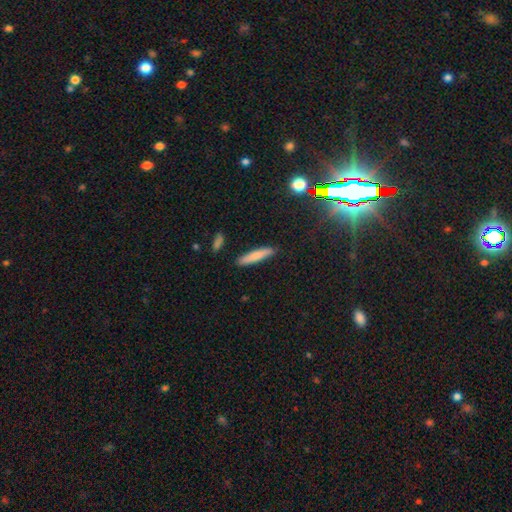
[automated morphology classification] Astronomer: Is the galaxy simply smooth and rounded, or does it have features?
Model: smooth — 77%.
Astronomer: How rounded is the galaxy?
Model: cigar-shaped — 88%.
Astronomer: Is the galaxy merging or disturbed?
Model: none — 88%.